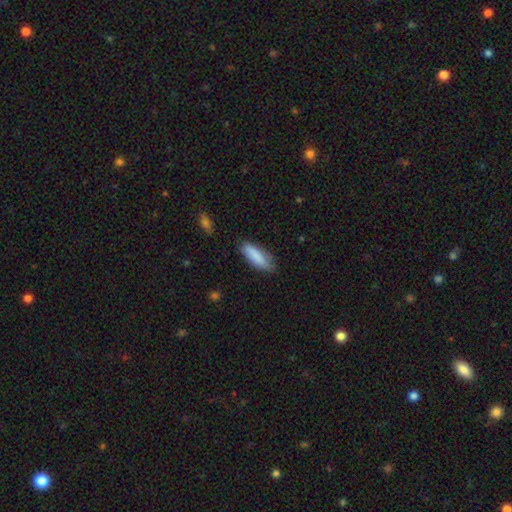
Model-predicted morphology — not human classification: smooth_or_featured: smooth (p=0.86) [alt: featured or disk p=0.08]
how_rounded: in between (p=0.54) [alt: cigar-shaped p=0.45]
merging: none (p=0.78) [alt: minor disturbance p=0.17]